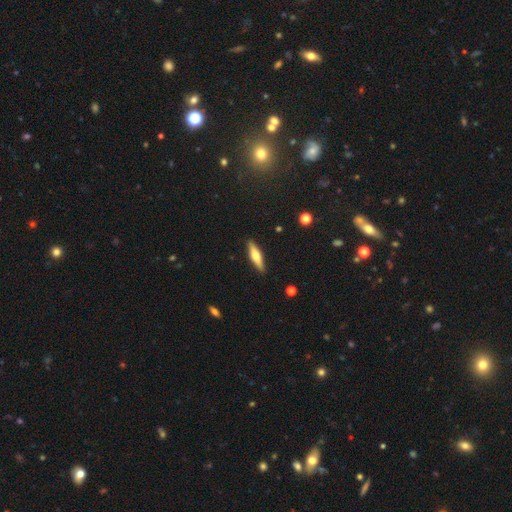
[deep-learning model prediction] Smooth or featured? Predicted: smooth (p=0.48). Merging? Predicted: none (p=0.89).